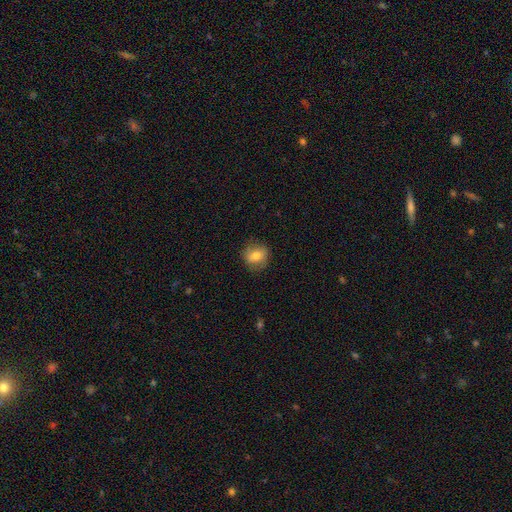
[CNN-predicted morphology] This appears to be a smooth galaxy with no disk features (73%) that is round (73%). Merging: none (83%).